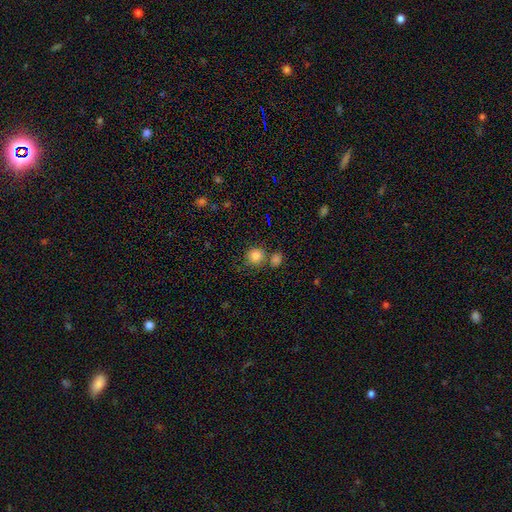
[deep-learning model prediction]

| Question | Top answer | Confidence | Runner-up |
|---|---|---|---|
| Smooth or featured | smooth | 84% | star or artifact (11%) |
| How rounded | round | 90% | in between (9%) |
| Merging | none | 68% | merger (19%) |